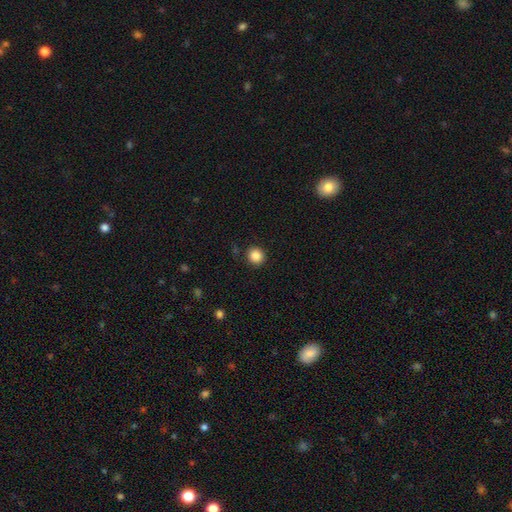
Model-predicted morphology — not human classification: A smooth galaxy with no disk features (86%) that is round (91%). Merging: none (90%).